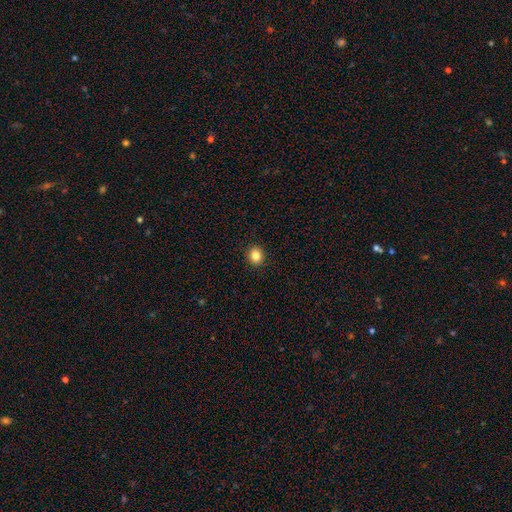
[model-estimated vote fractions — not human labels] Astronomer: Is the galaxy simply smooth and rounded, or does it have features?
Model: smooth — 85%.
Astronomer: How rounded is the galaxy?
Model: round — 74%.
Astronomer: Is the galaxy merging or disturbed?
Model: none — 92%.